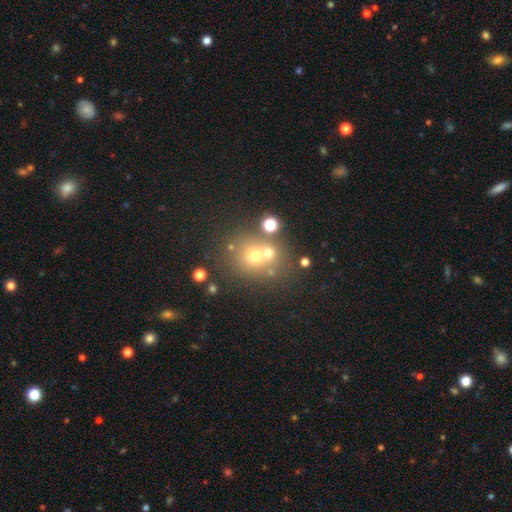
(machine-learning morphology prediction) Smooth or featured?
  - smooth: 57% *
  - star or artifact: 23%
  - featured or disk: 20%
How rounded?
  - round: 80% *
  - in between: 20%
  - cigar-shaped: 1%
Merging?
  - none: 52% *
  - merger: 34%
  - minor disturbance: 9%
  - major disturbance: 5%